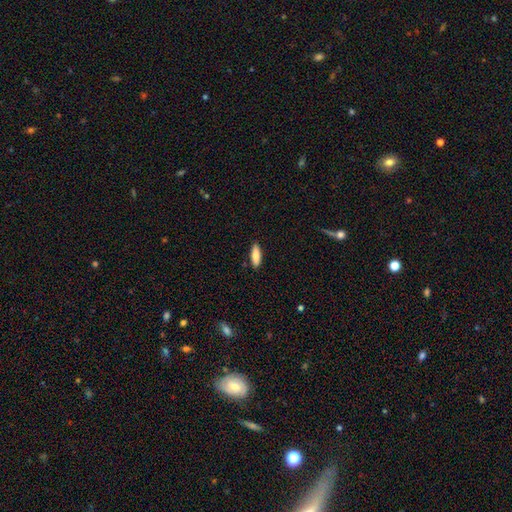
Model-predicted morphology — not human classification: A smooth galaxy with no disk features (84%) that is in between round and cigar-shaped (55%).

Vote fractions:
- Smooth or featured? smooth: 84% / featured or disk: 10% / star or artifact: 6%
- How rounded? in between: 55% / cigar-shaped: 43% / round: 2%
- Merging? none: 88% / minor disturbance: 9% / major disturbance: 2% / merger: 1%